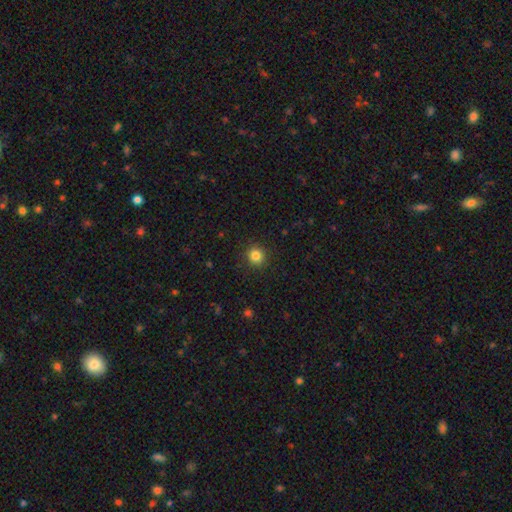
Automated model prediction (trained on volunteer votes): Smooth or featured?
  - smooth: 83% *
  - star or artifact: 12%
  - featured or disk: 5%
How rounded?
  - round: 91% *
  - in between: 8%
  - cigar-shaped: 1%
Merging?
  - none: 91% *
  - minor disturbance: 6%
  - major disturbance: 2%
  - merger: 1%